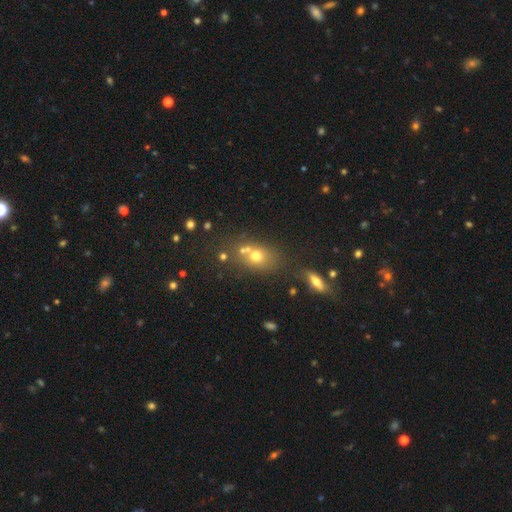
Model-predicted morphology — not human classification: This appears to be a smooth galaxy with no disk features (61%) that is round (53%). Merging: none (50%).